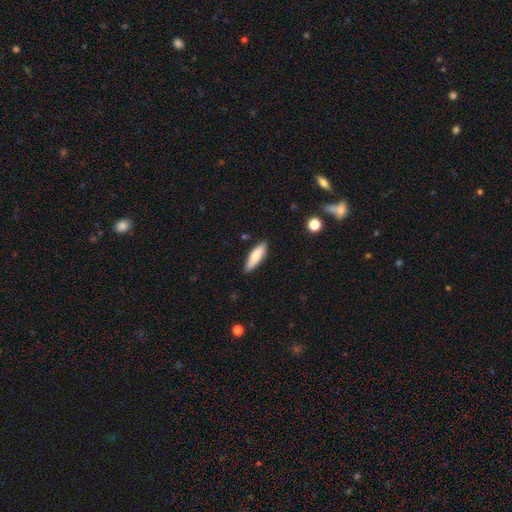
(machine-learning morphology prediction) A smooth galaxy with no disk features (78%) that is cigar-shaped (53%). Merging: none (86%).